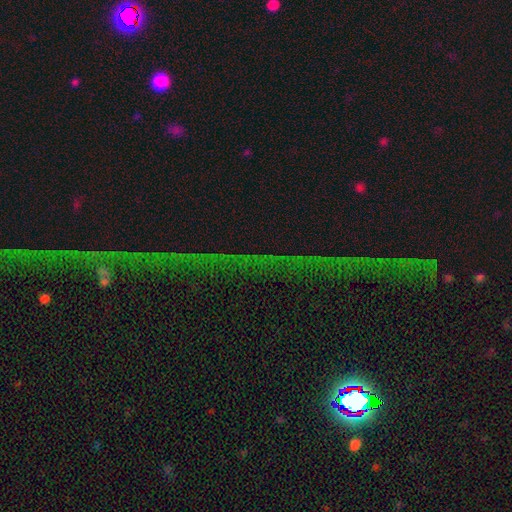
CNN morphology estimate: A star or artifact, not a galaxy (78%).